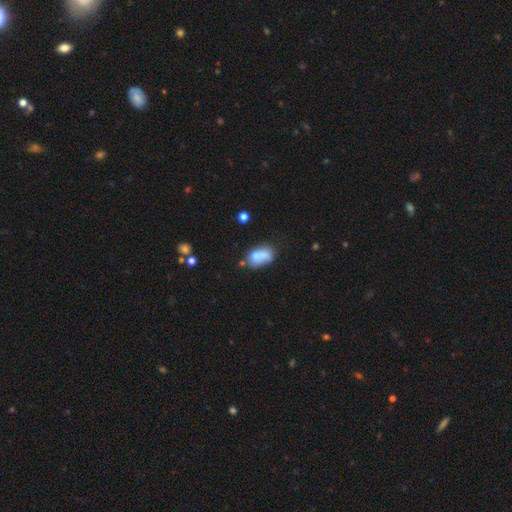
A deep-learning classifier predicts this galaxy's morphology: Smooth or featured?
  - smooth: 69% *
  - featured or disk: 21%
  - star or artifact: 10%
How rounded?
  - in between: 82% *
  - round: 15%
  - cigar-shaped: 3%
Merging?
  - merger: 35% *
  - none: 30%
  - minor disturbance: 21%
  - major disturbance: 13%